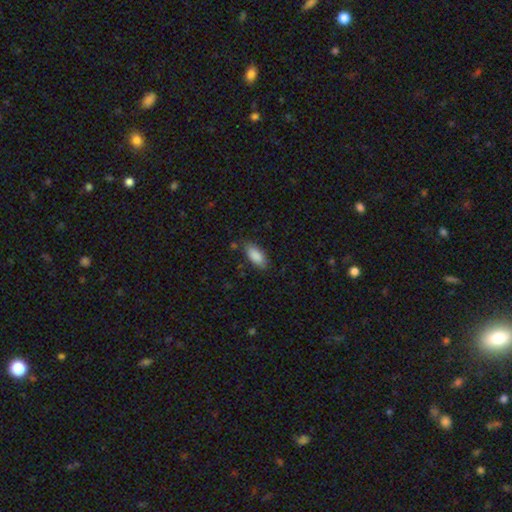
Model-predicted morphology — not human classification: Smooth or featured? smooth (88%)
How rounded? in between (86%)
Merging? none (81%)